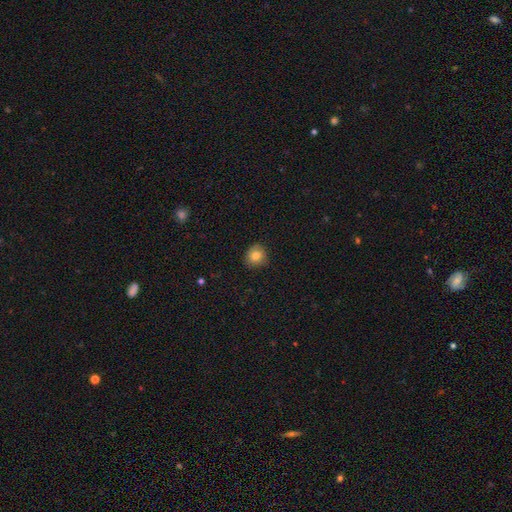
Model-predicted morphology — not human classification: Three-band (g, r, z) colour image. It shows a smooth galaxy with no disk features (81%) that is round (84%). Merging: none (86%).